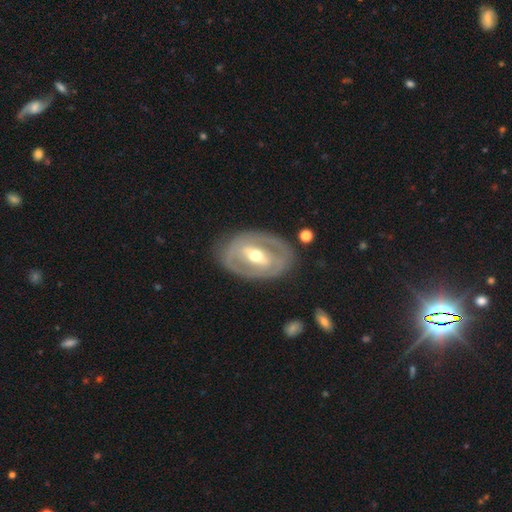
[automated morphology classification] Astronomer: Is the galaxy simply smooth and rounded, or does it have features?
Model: featured or disk — 77%.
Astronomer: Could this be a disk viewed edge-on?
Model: no — 94%.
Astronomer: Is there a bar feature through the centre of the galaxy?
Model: strong — 49% (runner-up: weak, 33%).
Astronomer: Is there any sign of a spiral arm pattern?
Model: yes — 53% (runner-up: no, 47%).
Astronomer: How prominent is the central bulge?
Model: moderate — 71%.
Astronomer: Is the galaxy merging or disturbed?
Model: none — 78%.